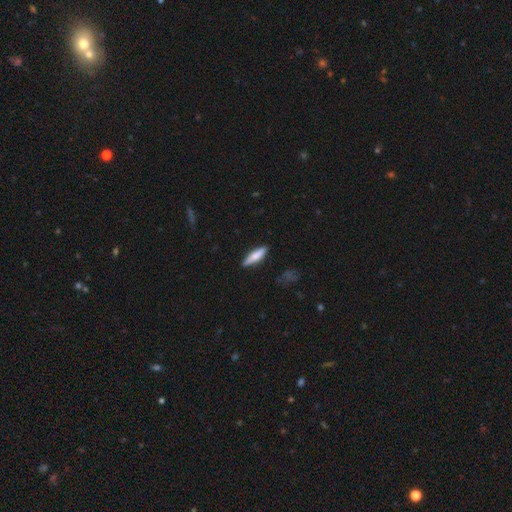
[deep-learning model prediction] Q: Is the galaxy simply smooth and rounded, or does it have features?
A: smooth — 68%.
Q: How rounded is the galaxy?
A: cigar-shaped — 75%.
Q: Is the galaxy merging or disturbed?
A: none — 87%.